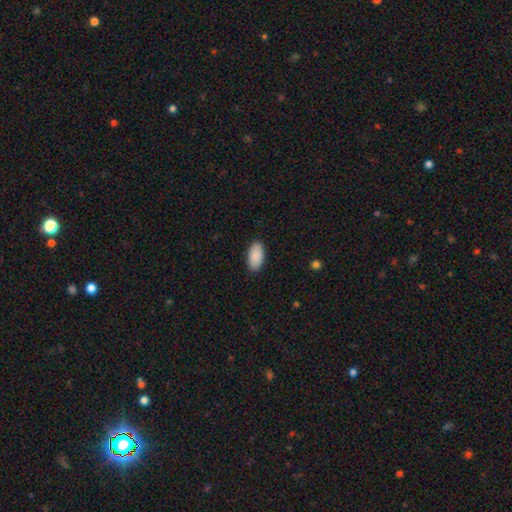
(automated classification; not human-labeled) A smooth galaxy with no disk features (90%) that is in between round and cigar-shaped (95%). Merging: none (88%).